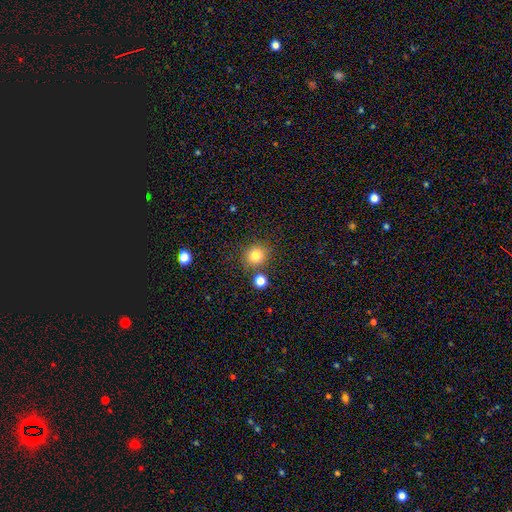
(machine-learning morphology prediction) Smooth or featured? smooth (82%)
How rounded? round (84%)
Merging? none (77%)